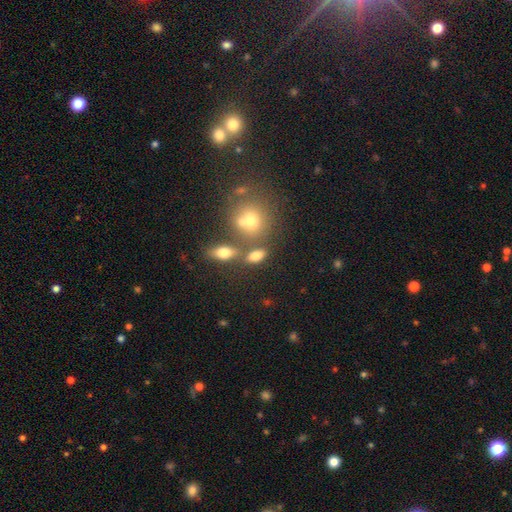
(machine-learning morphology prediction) This appears to be a smooth galaxy with no disk features (75%) that is in between round and cigar-shaped (79%). Merging: none (58%).